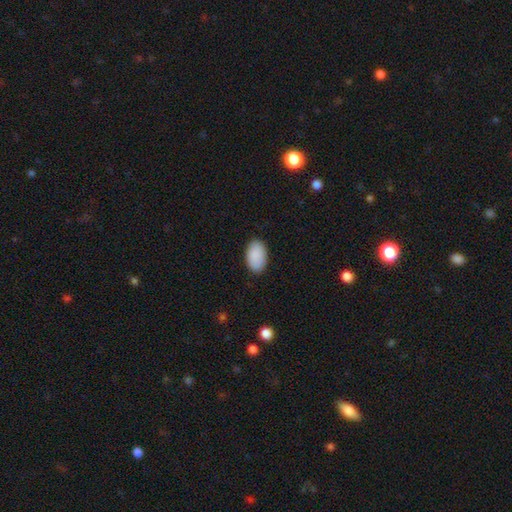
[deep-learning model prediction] smooth-or-featured: smooth: 91% | star or artifact: 6% | featured or disk: 3%
  how-rounded: in between: 94% | round: 4% | cigar-shaped: 1%
  merging: none: 88% | minor disturbance: 9% | major disturbance: 2% | merger: 1%